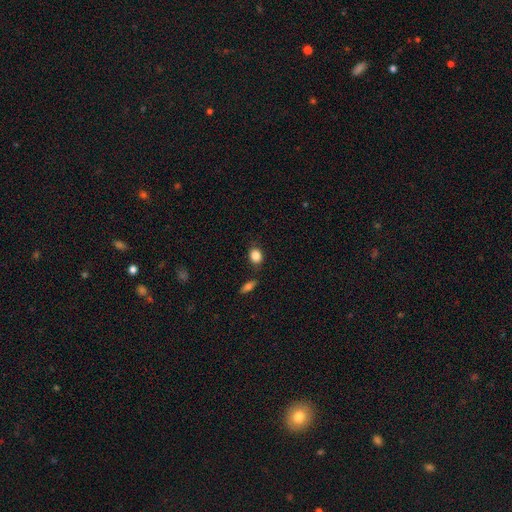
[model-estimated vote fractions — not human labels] Q: Smooth or featured?
A: smooth (85%); runner-up: star or artifact (9%)
Q: How rounded?
A: in between (53%); runner-up: round (46%)
Q: Merging?
A: none (79%); runner-up: minor disturbance (13%)